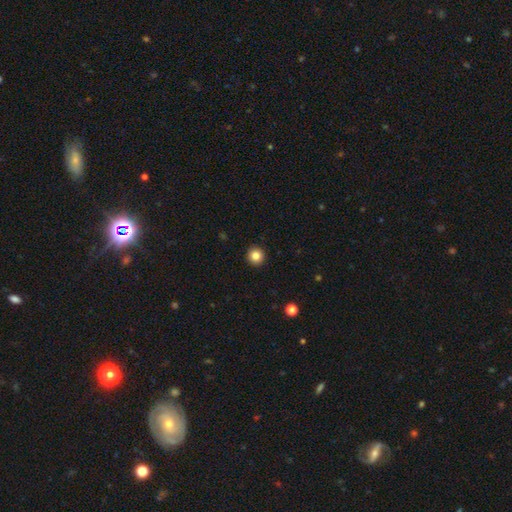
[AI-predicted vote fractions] Smooth or featured?
  - smooth: 85% *
  - star or artifact: 10%
  - featured or disk: 5%
How rounded?
  - round: 96% *
  - in between: 3%
  - cigar-shaped: 1%
Merging?
  - none: 94% *
  - minor disturbance: 4%
  - major disturbance: 1%
  - merger: 1%